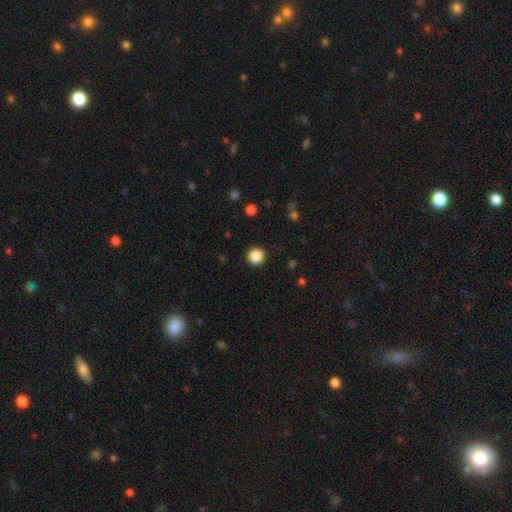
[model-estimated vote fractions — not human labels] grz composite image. It shows a smooth galaxy with no disk features (87%) that is round (94%). Merging: none (92%).